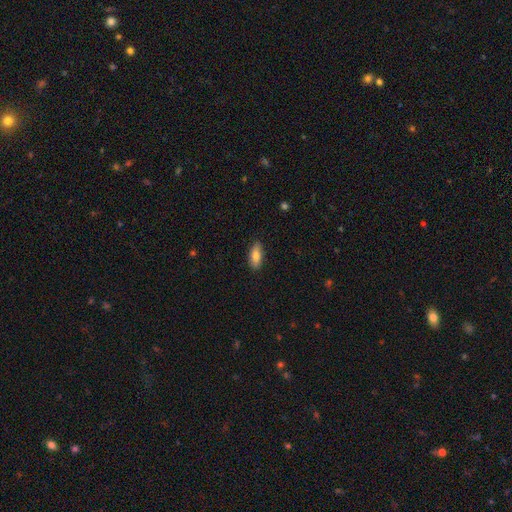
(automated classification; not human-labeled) Morphology: type=smooth (81%); roundness=in between (81%); merging=none (87%).